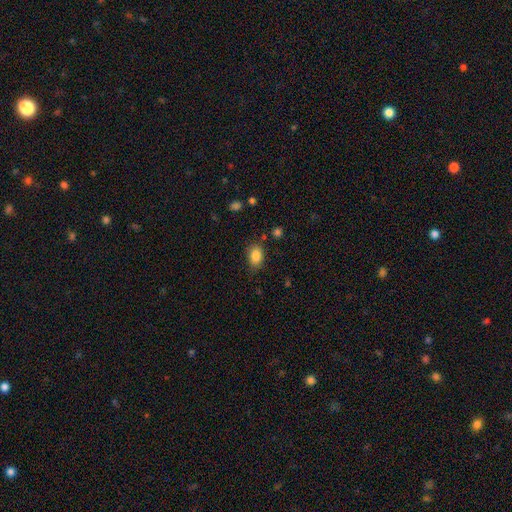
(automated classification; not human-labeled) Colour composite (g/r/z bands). It shows a smooth galaxy with no disk features (86%) that is in between round and cigar-shaped (80%). Merging: none (78%).